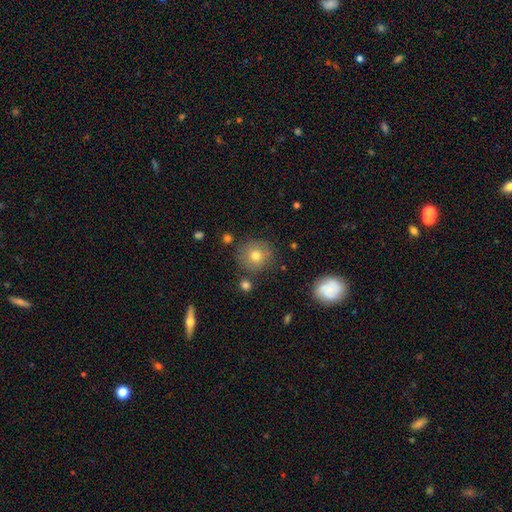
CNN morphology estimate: Smooth or featured? smooth (75%)
How rounded? round (91%)
Merging? none (81%)